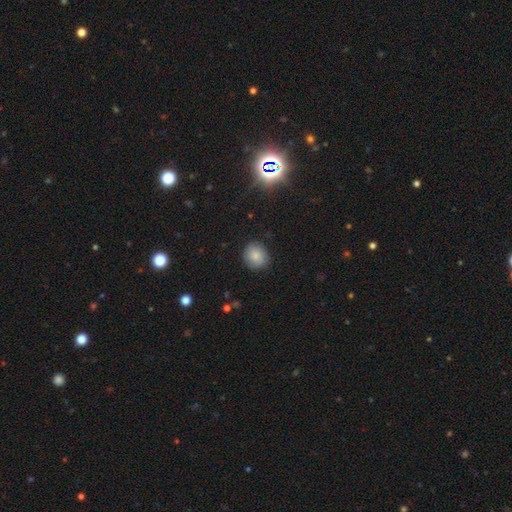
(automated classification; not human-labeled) Q: Smooth or featured?
A: smooth (83%); runner-up: star or artifact (10%)
Q: How rounded?
A: round (83%); runner-up: in between (16%)
Q: Merging?
A: none (87%); runner-up: minor disturbance (10%)